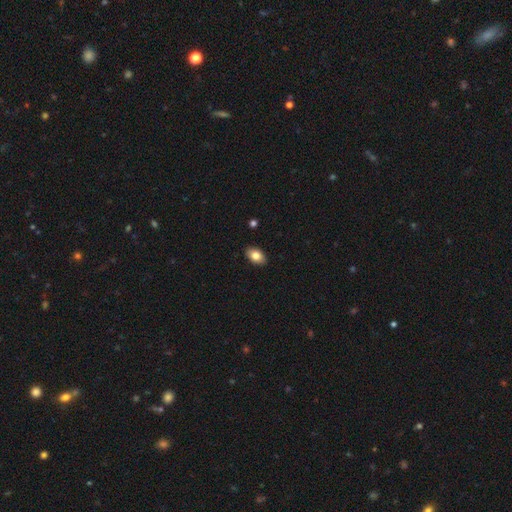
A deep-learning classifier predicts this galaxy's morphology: Q: Smooth or featured?
A: smooth (82%); runner-up: featured or disk (11%)
Q: How rounded?
A: in between (91%); runner-up: round (7%)
Q: Merging?
A: none (90%); runner-up: minor disturbance (8%)